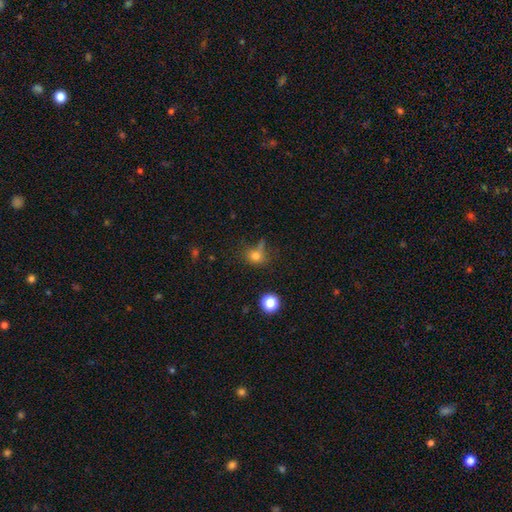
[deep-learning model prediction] A smooth galaxy with no disk features (74%) that is round (66%). Merging: none (58%).